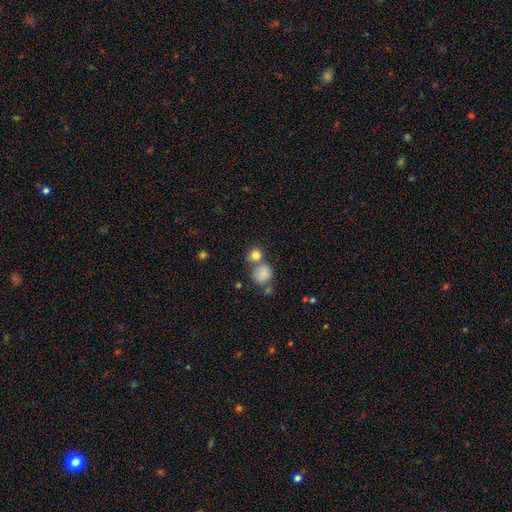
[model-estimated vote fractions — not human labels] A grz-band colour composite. It shows a smooth galaxy with no disk features (82%) that is round (82%). Merging: none (51%).